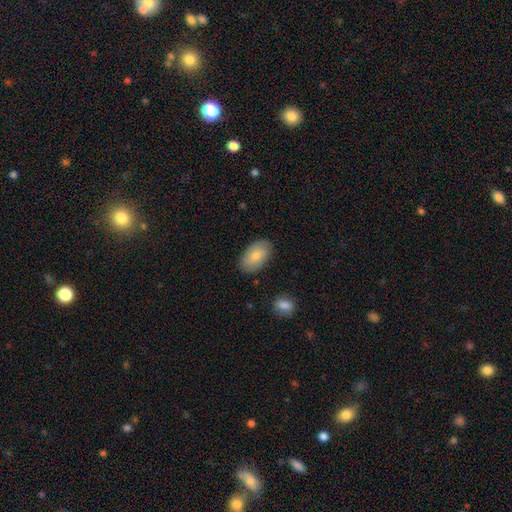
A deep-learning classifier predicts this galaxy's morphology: Smooth or featured? Predicted: smooth (p=0.80). How rounded? Predicted: in between (p=0.95). Merging? Predicted: none (p=0.85).